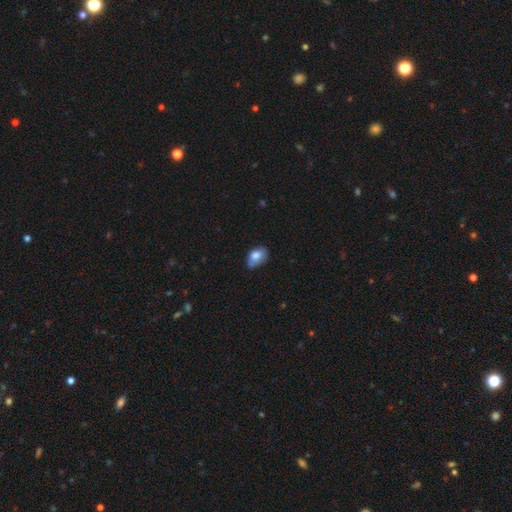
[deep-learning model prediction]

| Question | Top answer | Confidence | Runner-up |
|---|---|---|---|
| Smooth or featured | smooth | 76% | featured or disk (16%) |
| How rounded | in between | 86% | round (13%) |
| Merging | none | 47% | minor disturbance (40%) |